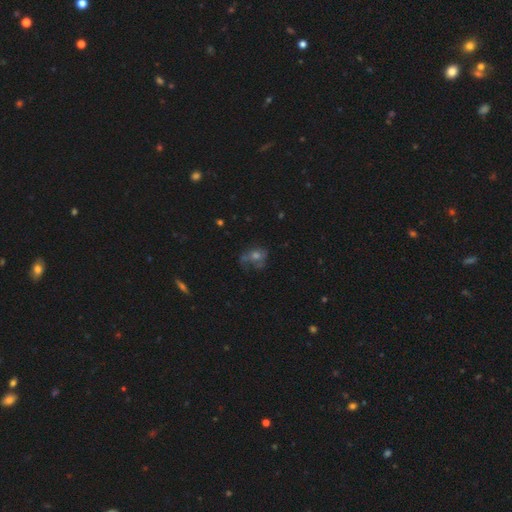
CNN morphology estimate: This is marginally a smooth galaxy (40%). Merging: marginally none (44%).